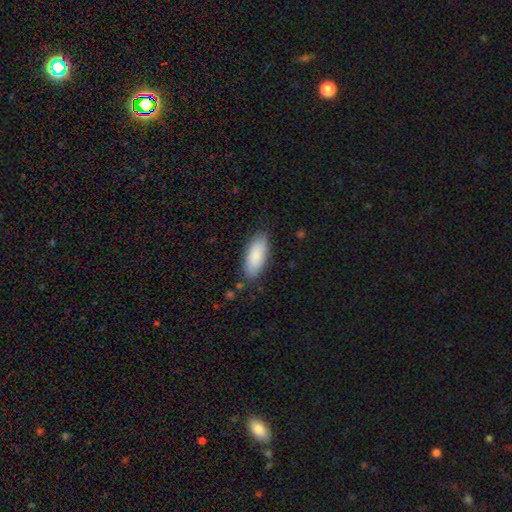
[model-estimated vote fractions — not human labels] Smooth or featured? Predicted: smooth (p=0.87). How rounded? Predicted: in between (p=0.81). Merging? Predicted: none (p=0.82).